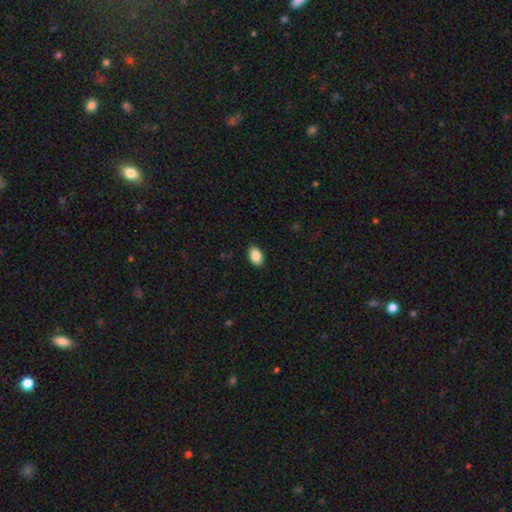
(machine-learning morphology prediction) Smooth or featured? Predicted: smooth (p=0.87). How rounded? Predicted: in between (p=0.90). Merging? Predicted: none (p=0.89).